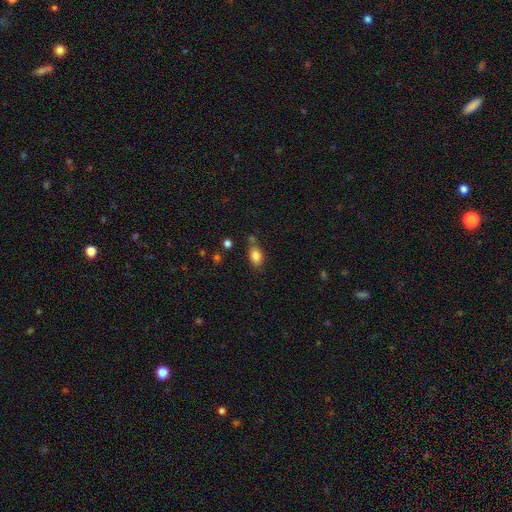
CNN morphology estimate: type=smooth (84%); roundness=in between (80%); merging=none (66%).